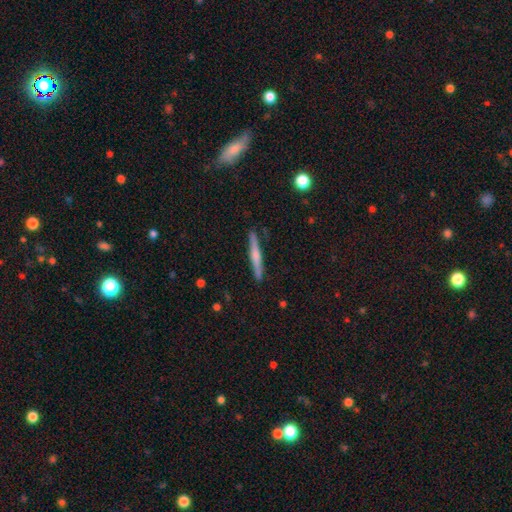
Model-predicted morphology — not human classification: Smooth or featured? featured or disk (53%)
Edge-on disk? yes (97%)
Edge-on bulge? rounded (65%)
Merging? none (90%)